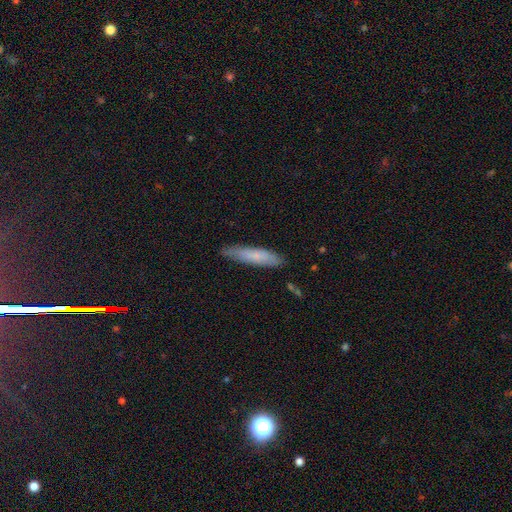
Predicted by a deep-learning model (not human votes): Smooth or featured?
  - smooth: 69% *
  - featured or disk: 24%
  - star or artifact: 6%
How rounded?
  - cigar-shaped: 81% *
  - in between: 17%
  - round: 1%
Merging?
  - none: 80% *
  - minor disturbance: 16%
  - major disturbance: 3%
  - merger: 2%